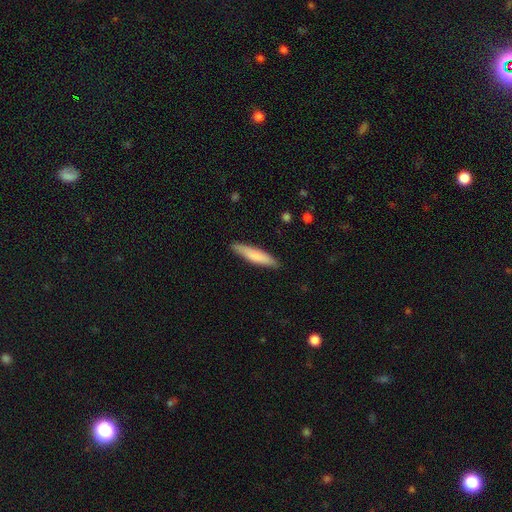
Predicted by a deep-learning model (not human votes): Smooth or featured? smooth (77%)
How rounded? cigar-shaped (86%)
Merging? none (87%)